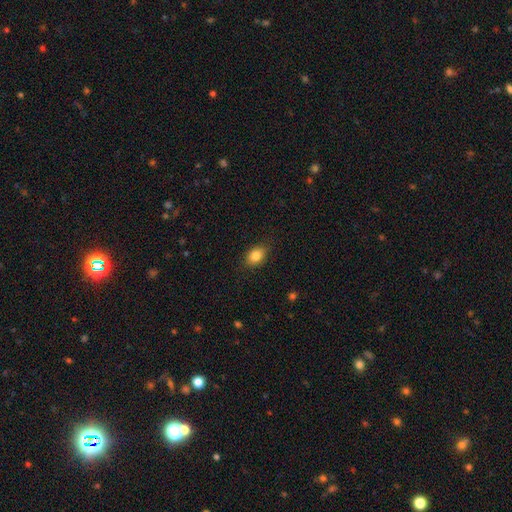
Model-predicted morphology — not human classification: The model was most divided on "how rounded": in between: 74%, round: 24%, cigar-shaped: 2%. More confident: smooth or featured — smooth (85%); merging — none (83%).